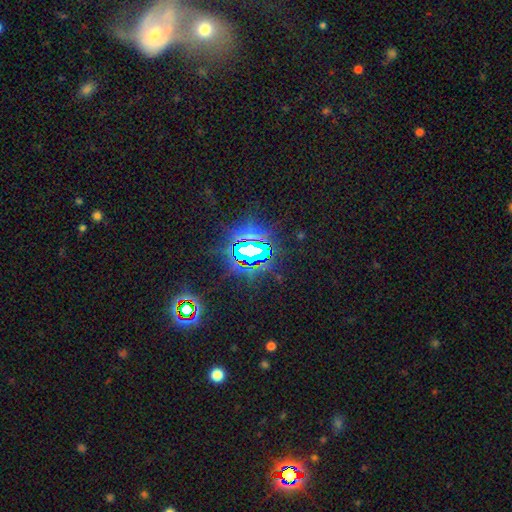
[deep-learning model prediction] Overall: star or artifact (79%).